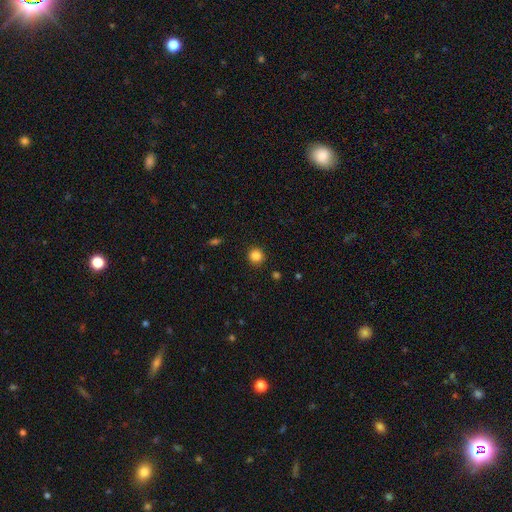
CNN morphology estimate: A smooth galaxy with no disk features (85%) that is round (93%).

Vote fractions:
- Smooth or featured? smooth: 85% / star or artifact: 12% / featured or disk: 4%
- How rounded? round: 93% / in between: 6% / cigar-shaped: 1%
- Merging? none: 91% / minor disturbance: 6% / major disturbance: 2% / merger: 1%